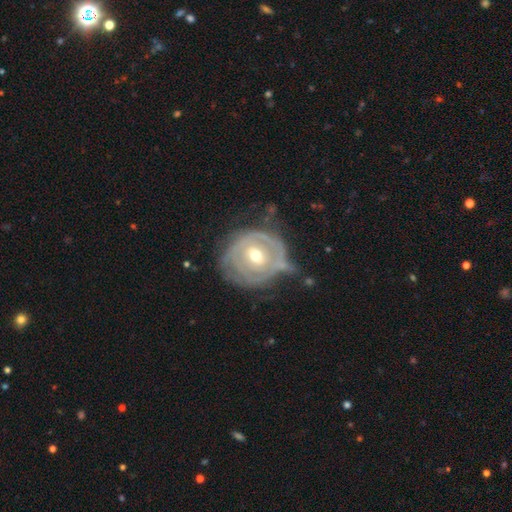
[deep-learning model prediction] Overall: featured or disk (75%). Edge-on disk: no (96%). Bar: no (60%; weak 31%). Spiral arms: yes (68%; no 32%). Bulge size: moderate (65%; small 30%). Merging: none (46%; minor disturbance 27%).